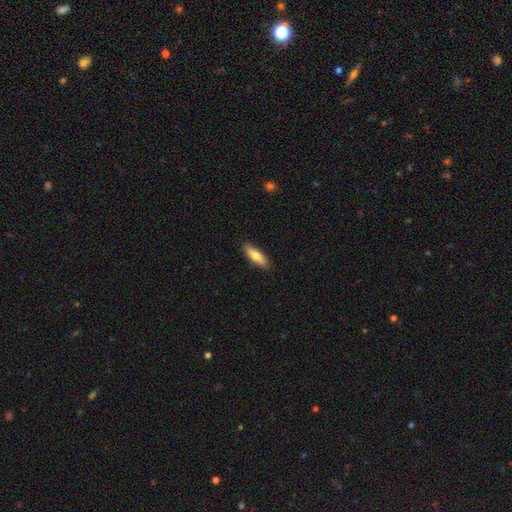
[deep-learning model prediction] Smooth or featured? Predicted: smooth (p=0.70). How rounded? Predicted: cigar-shaped (p=0.57). Merging? Predicted: none (p=0.88).